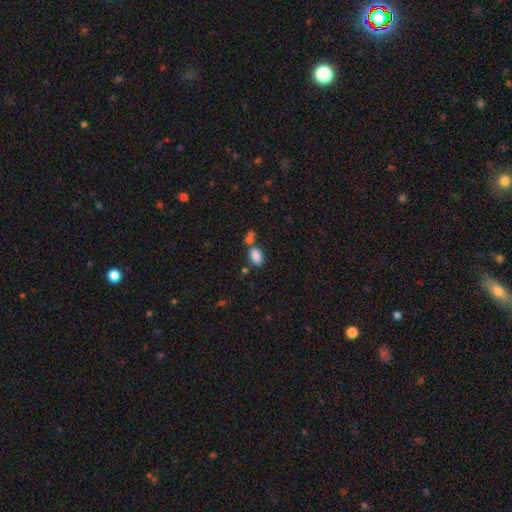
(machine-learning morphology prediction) Smooth or featured: smooth — 86% (star or artifact — 9%)
How rounded: in between — 90% (round — 8%)
Merging: none — 54% (merger — 29%)